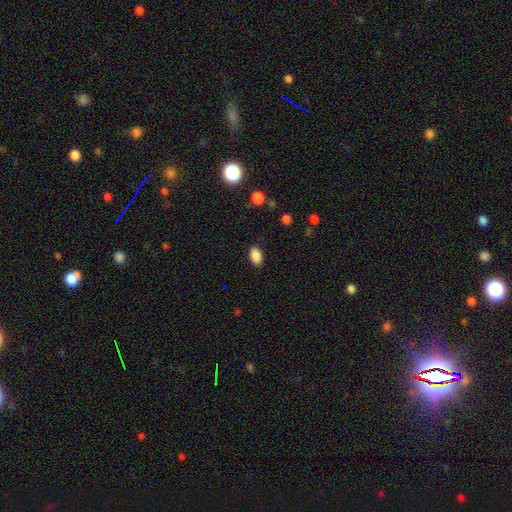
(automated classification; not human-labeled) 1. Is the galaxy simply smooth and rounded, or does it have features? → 88% smooth, 9% star or artifact, 4% featured or disk.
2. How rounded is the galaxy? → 91% in between, 7% round, 2% cigar-shaped.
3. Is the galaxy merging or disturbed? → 87% none, 10% minor disturbance, 2% major disturbance, 1% merger.